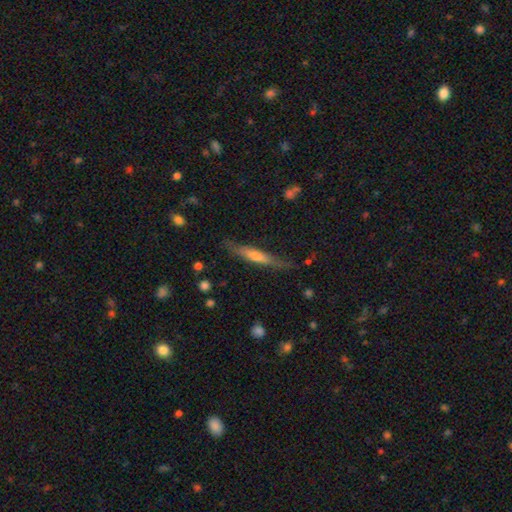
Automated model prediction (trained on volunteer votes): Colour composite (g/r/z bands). It shows a smooth galaxy with no disk features (47%, tied with featured or disk). Merging: none (73%).